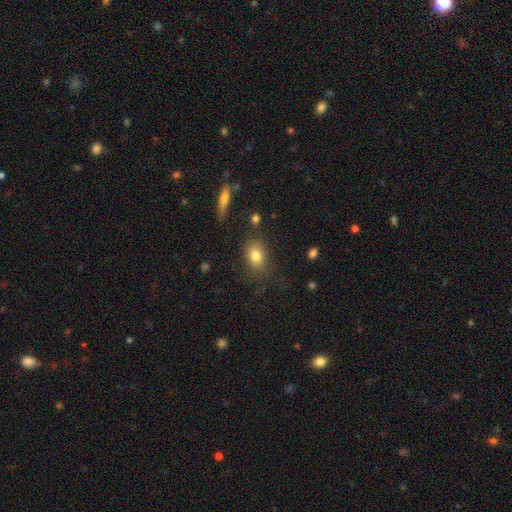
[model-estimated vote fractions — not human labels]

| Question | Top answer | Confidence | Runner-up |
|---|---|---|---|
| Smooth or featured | smooth | 79% | featured or disk (10%) |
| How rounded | in between | 62% | round (36%) |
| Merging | none | 74% | minor disturbance (16%) |